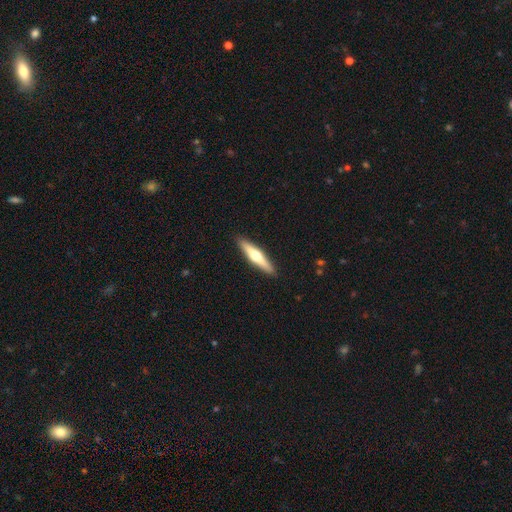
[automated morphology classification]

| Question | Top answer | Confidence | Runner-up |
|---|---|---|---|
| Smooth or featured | featured or disk | 54% | smooth (41%) |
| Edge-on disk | yes | 95% | no (5%) |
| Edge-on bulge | rounded | 93% | none (5%) |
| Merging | none | 91% | minor disturbance (7%) |